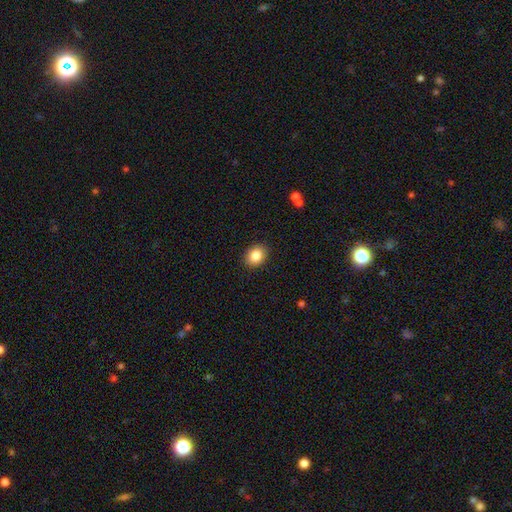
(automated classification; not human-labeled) This is clearly a smooth galaxy (86%). How rounded: possibly in between (52%). Merging: clearly none (90%).